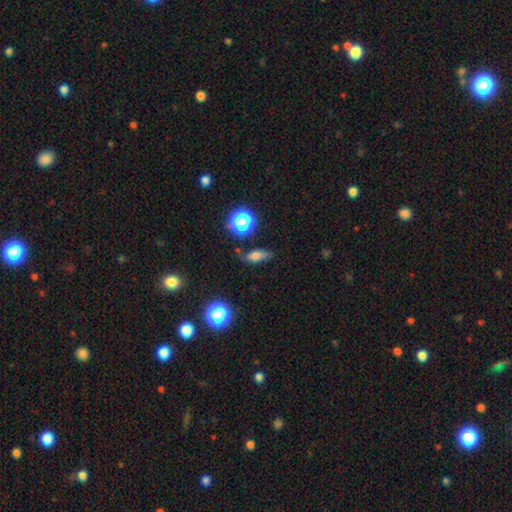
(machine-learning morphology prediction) Q: Smooth or featured?
A: smooth (64%); runner-up: featured or disk (21%)
Q: How rounded?
A: in between (57%); runner-up: cigar-shaped (30%)
Q: Merging?
A: none (70%); runner-up: minor disturbance (20%)